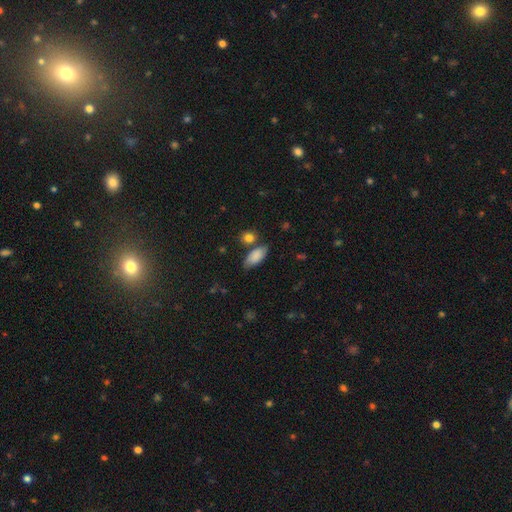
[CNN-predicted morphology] Smooth or featured: smooth — 84% (featured or disk — 9%)
How rounded: in between — 88% (cigar-shaped — 8%)
Merging: none — 68% (minor disturbance — 17%)